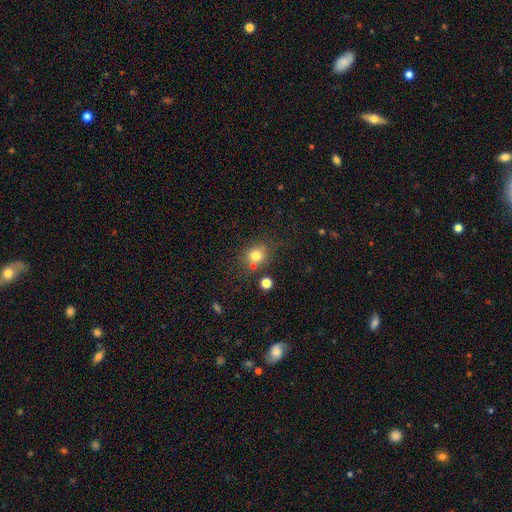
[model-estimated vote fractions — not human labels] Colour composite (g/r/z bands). It shows a smooth galaxy with no disk features (76%) that is round (77%). Merging: none (65%).